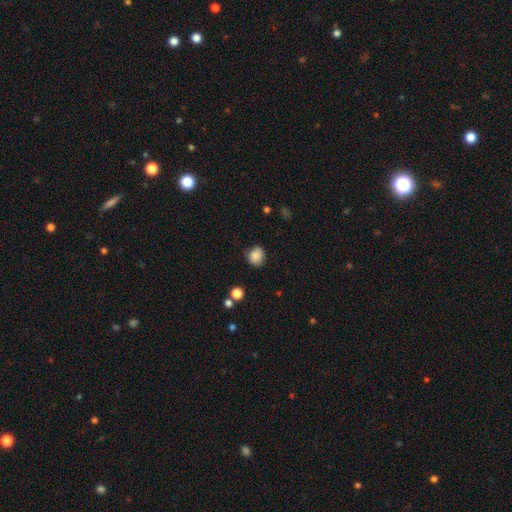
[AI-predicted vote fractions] A smooth galaxy with no disk features (85%) that is round (74%). Merging: none (78%).